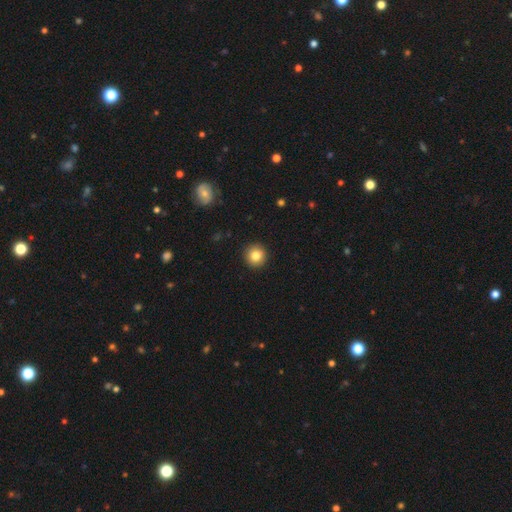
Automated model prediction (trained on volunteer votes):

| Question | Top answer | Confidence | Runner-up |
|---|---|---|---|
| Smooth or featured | smooth | 83% | star or artifact (10%) |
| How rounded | round | 95% | in between (4%) |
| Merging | none | 93% | minor disturbance (5%) |